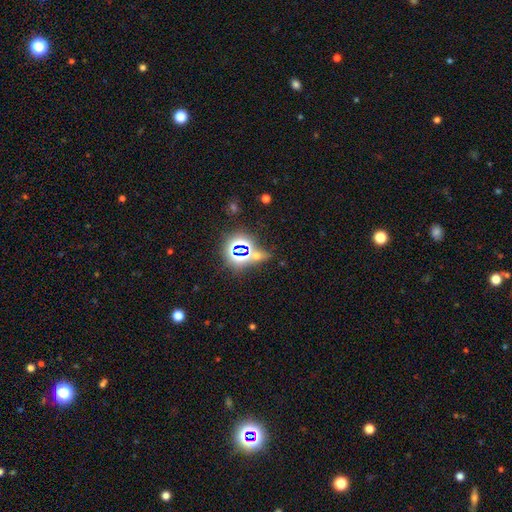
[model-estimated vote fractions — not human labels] Morphology: type=star or artifact (65%).